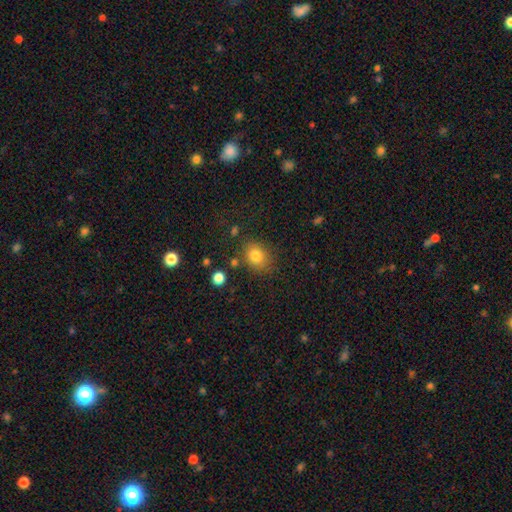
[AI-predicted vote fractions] Overall: smooth (81%). How rounded: round (54%; in between 45%). Merging: none (77%).